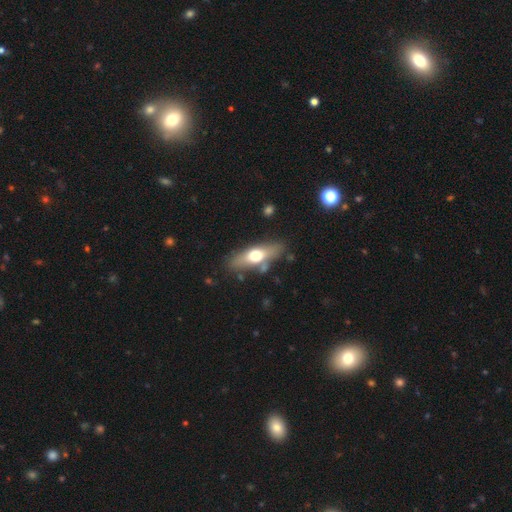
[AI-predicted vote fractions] smooth 53%, featured or disk 41%, star or artifact 6%. Down the decision tree: how rounded — in between (49%); merging — none (79%).